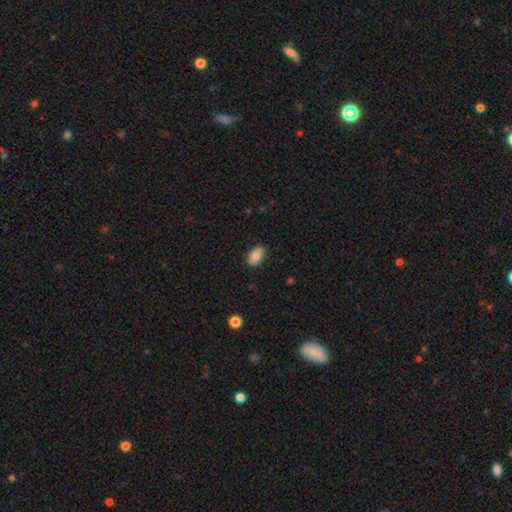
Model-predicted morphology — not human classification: Smooth or featured? smooth (82%)
How rounded? in between (91%)
Merging? none (84%)